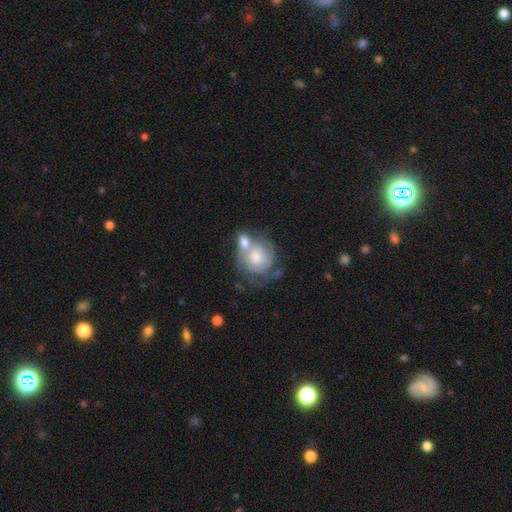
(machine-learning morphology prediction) This appears to be a smooth galaxy with no disk features (48%). Merging: merger (45%).